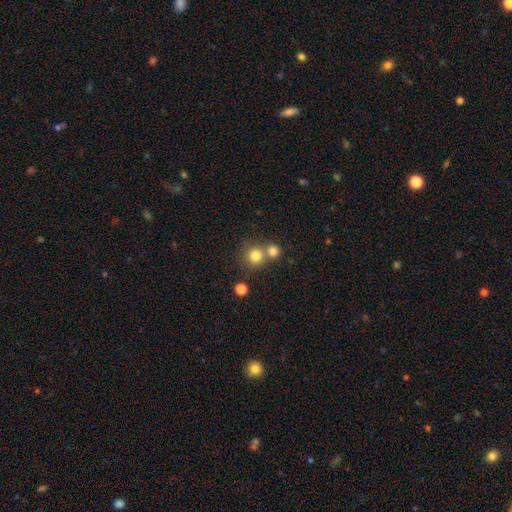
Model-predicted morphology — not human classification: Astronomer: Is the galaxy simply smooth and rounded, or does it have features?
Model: smooth — 80%.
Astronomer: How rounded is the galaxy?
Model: round — 91%.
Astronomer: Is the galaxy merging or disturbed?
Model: none — 58%.